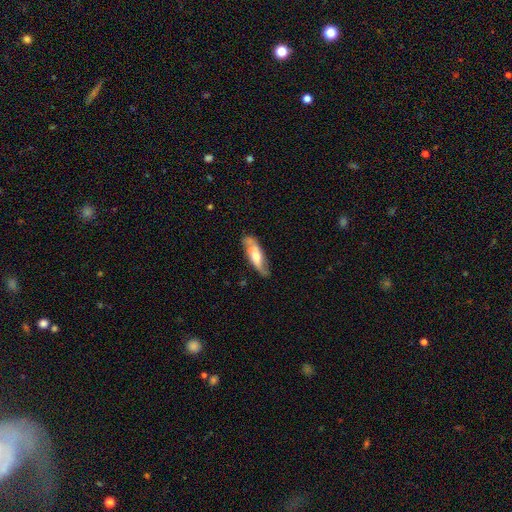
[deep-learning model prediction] This is possibly a featured or disk galaxy (52%). It is likely not viewed edge-on (68%). Merging: likely none (72%).